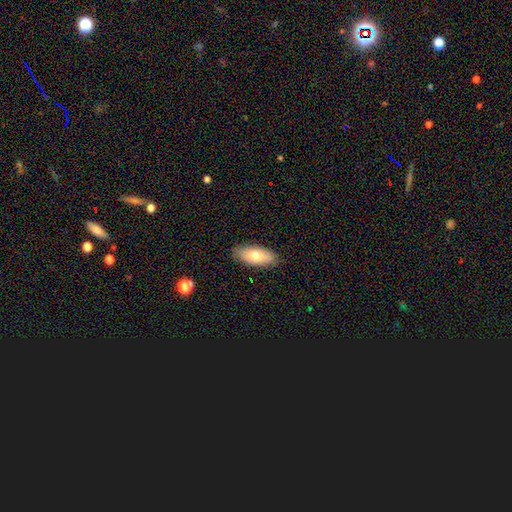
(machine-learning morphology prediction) A smooth galaxy with no disk features (73%) that is in between round and cigar-shaped (83%). Merging: none (87%).